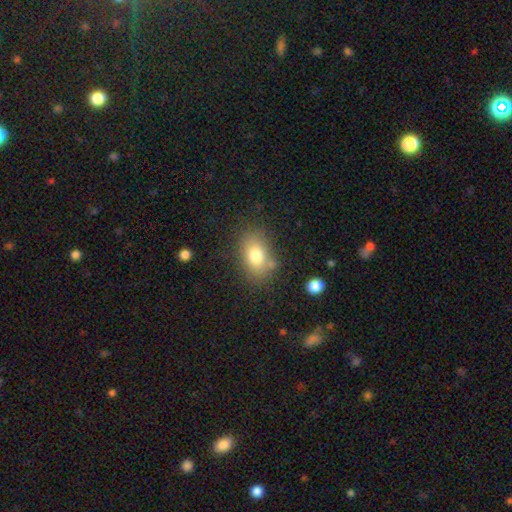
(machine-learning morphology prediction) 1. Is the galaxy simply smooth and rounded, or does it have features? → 78% smooth, 12% featured or disk, 9% star or artifact.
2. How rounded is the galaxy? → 83% in between, 15% round, 2% cigar-shaped.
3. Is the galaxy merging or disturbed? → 74% none, 16% minor disturbance, 5% major disturbance, 5% merger.